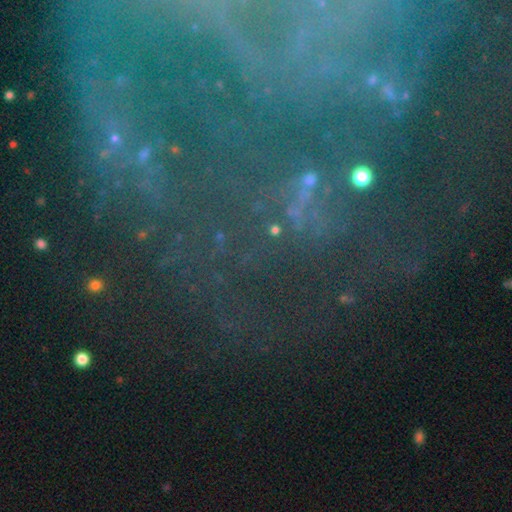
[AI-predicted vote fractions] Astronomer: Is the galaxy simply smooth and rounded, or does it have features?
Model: star or artifact — 64%.